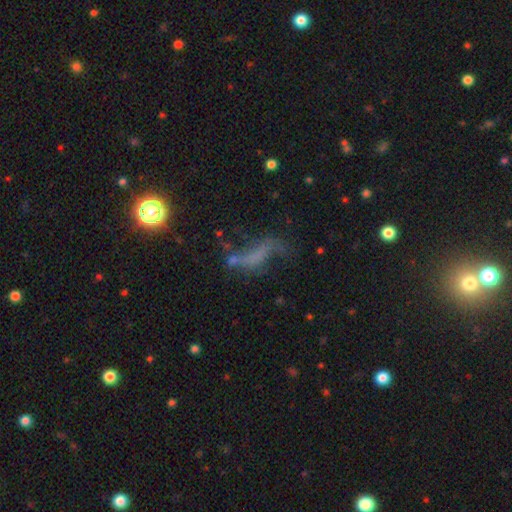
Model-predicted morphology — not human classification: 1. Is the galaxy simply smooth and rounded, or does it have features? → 40% featured or disk, 38% smooth, 22% star or artifact.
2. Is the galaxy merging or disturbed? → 37% none, 32% major disturbance, 21% minor disturbance, 10% merger.